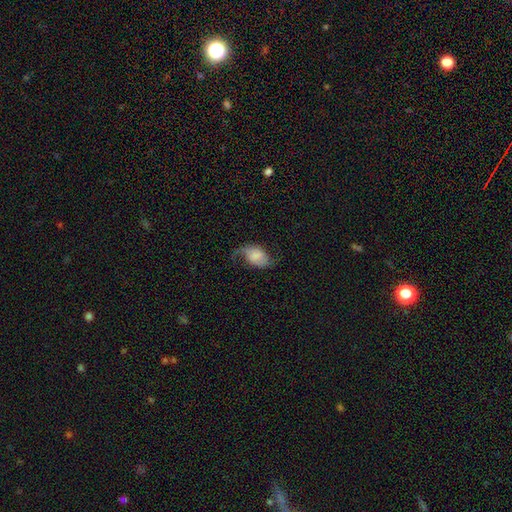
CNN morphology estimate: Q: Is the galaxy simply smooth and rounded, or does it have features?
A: featured or disk — 59%.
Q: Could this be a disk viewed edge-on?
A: no — 97%.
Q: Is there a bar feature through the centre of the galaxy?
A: no — 55%.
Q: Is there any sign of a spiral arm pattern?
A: yes — 92%.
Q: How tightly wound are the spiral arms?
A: loose — 68%.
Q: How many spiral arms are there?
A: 2 — 83%.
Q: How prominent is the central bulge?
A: none — 31%.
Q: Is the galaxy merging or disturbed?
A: none — 57%.